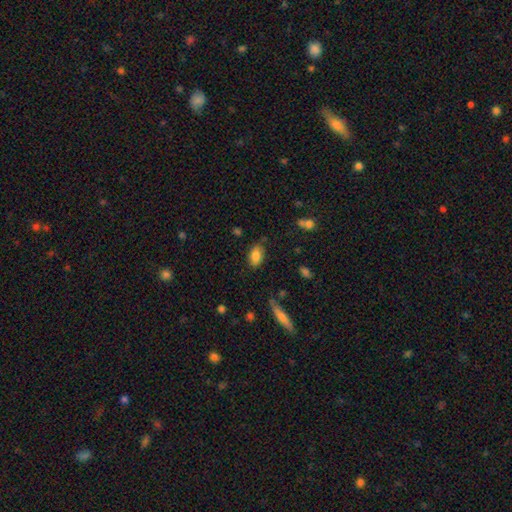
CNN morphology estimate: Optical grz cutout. It shows a smooth galaxy with no disk features (83%) that is in between round and cigar-shaped (90%). Merging: none (80%).